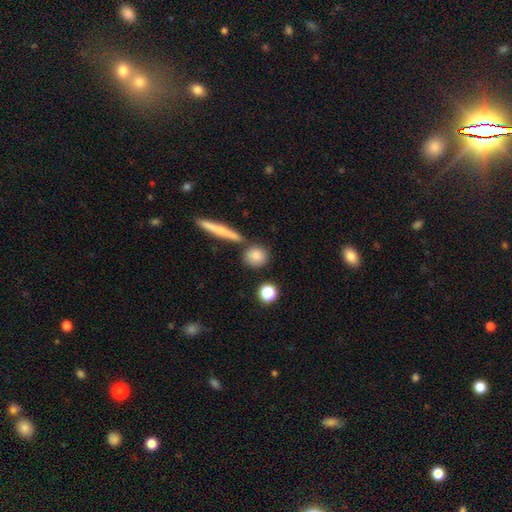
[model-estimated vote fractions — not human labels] smooth-or-featured: smooth: 81% | featured or disk: 10% | star or artifact: 8%
  how-rounded: round: 80% | in between: 15% | cigar-shaped: 5%
  merging: none: 76% | merger: 11% | minor disturbance: 10% | major disturbance: 3%